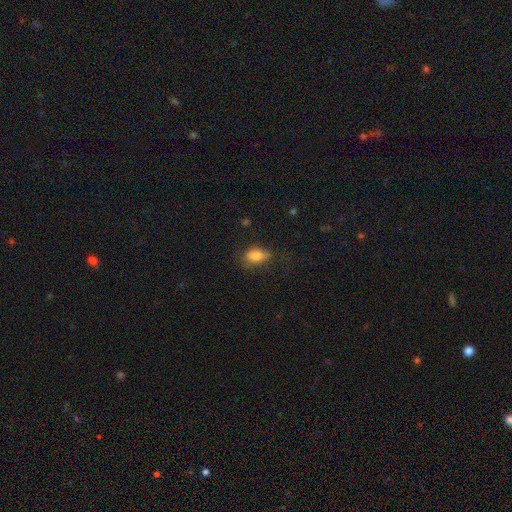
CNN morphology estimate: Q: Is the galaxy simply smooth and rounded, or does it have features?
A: smooth — 82%.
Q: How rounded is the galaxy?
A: in between — 86%.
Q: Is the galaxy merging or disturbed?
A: none — 60%.